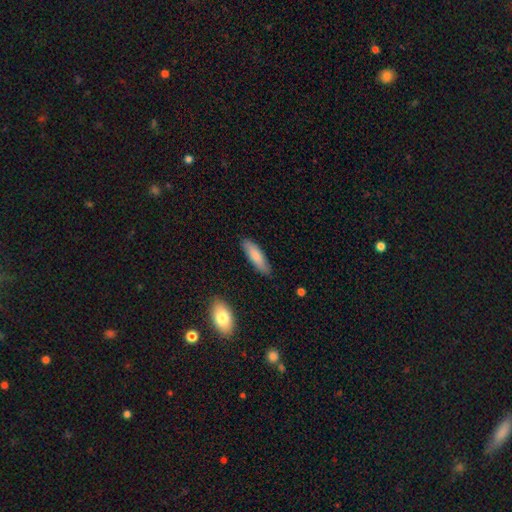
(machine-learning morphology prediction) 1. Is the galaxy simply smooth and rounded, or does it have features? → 80% smooth, 14% featured or disk, 6% star or artifact.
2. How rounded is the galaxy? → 56% cigar-shaped, 43% in between, 2% round.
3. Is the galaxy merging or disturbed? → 85% none, 11% minor disturbance, 2% major disturbance, 2% merger.